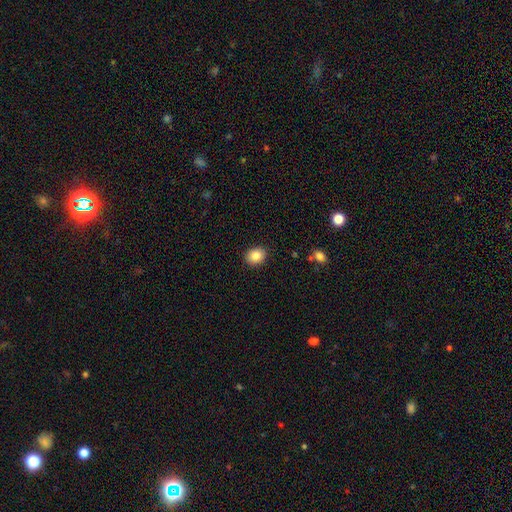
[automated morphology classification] This appears to be a smooth galaxy with no disk features (86%) that is round (56%). Merging: none (90%).